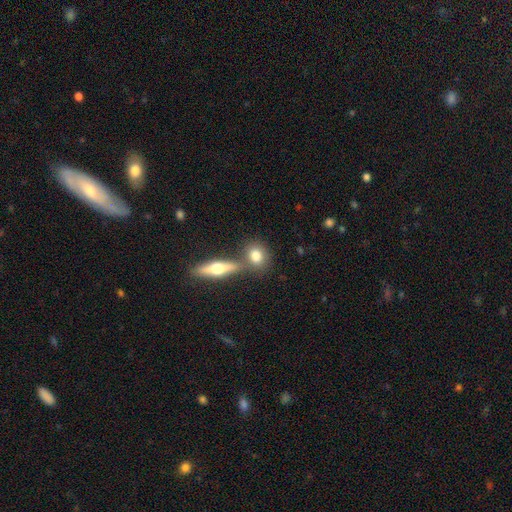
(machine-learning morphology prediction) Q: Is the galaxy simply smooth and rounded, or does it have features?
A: smooth — 75%.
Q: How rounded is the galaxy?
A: round — 55%.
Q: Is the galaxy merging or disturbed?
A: none — 59%.